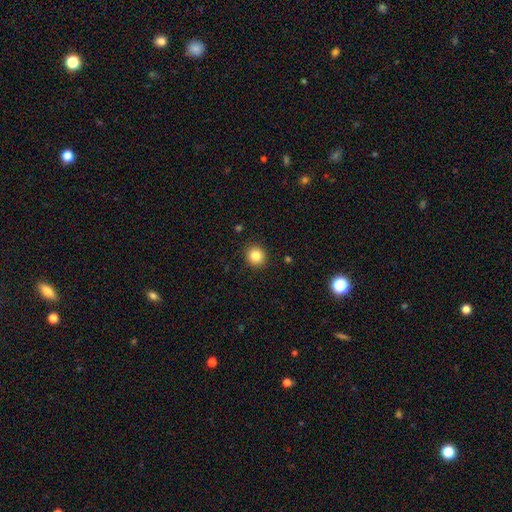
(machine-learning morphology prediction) Q: Smooth or featured?
A: smooth (84%); runner-up: star or artifact (10%)
Q: How rounded?
A: round (88%); runner-up: in between (11%)
Q: Merging?
A: none (91%); runner-up: minor disturbance (6%)